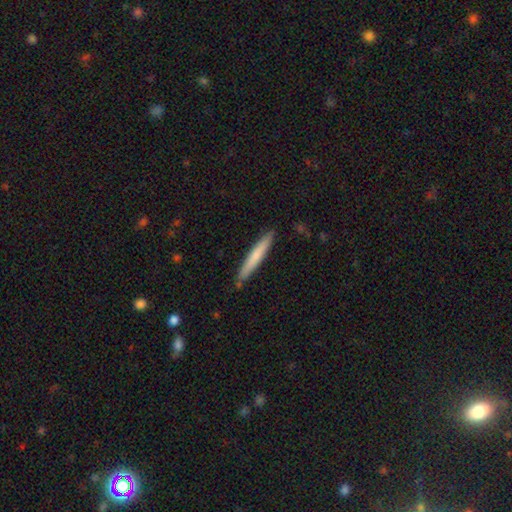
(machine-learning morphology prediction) Smooth or featured: smooth — 67% (featured or disk — 28%)
How rounded: cigar-shaped — 96% (in between — 3%)
Merging: none — 87% (minor disturbance — 10%)